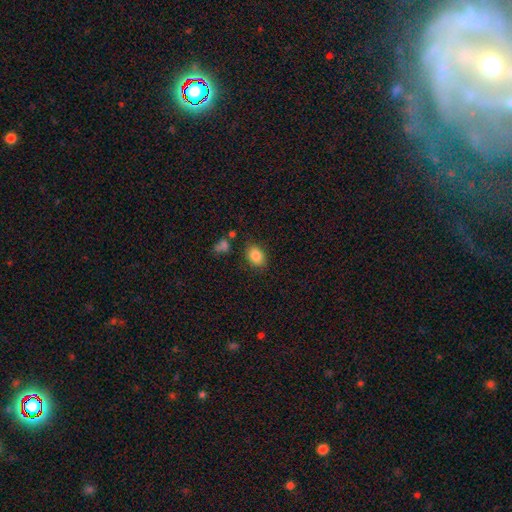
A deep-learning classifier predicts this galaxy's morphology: Smooth or featured: smooth — 85% (star or artifact — 9%)
How rounded: in between — 73% (round — 25%)
Merging: none — 78% (minor disturbance — 13%)